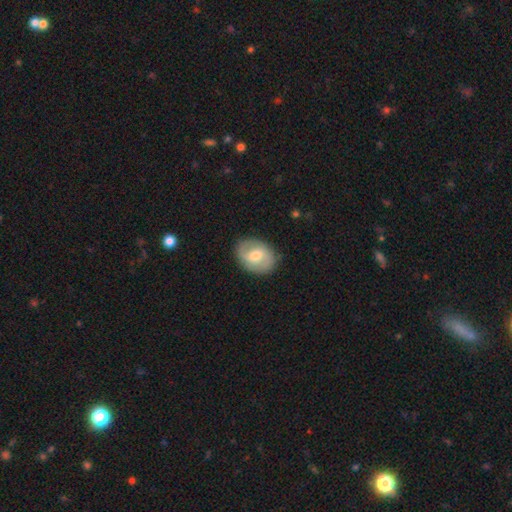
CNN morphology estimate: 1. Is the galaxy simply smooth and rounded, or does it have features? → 50% featured or disk, 44% smooth, 6% star or artifact.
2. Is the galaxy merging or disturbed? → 83% none, 12% minor disturbance, 4% major disturbance, 1% merger.